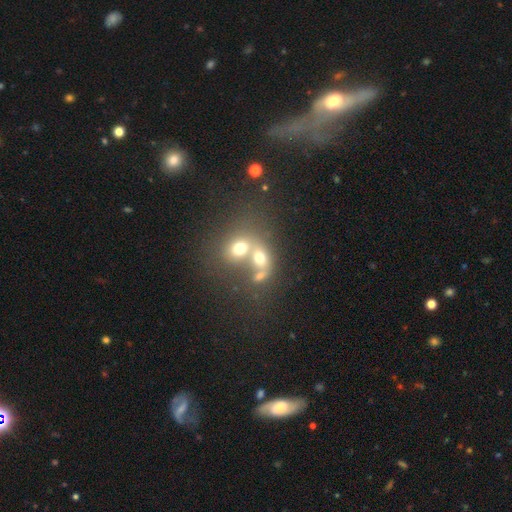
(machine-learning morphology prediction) Smooth or featured: smooth — 55% (featured or disk — 26%)
How rounded: round — 59% (in between — 39%)
Merging: merger — 64% (none — 23%)